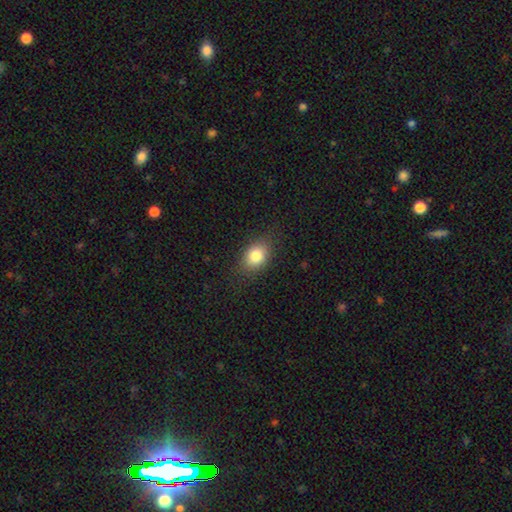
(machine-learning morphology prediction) Smooth or featured: smooth — 82% (star or artifact — 9%)
How rounded: in between — 71% (round — 28%)
Merging: none — 81% (minor disturbance — 13%)